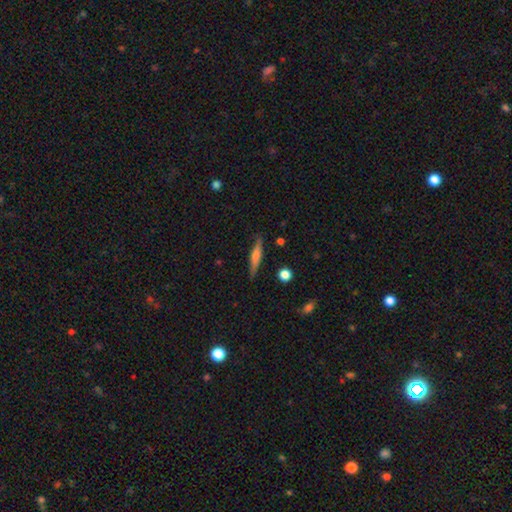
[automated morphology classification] Overall: smooth (49%; featured or disk 44%). Merging: none (86%).